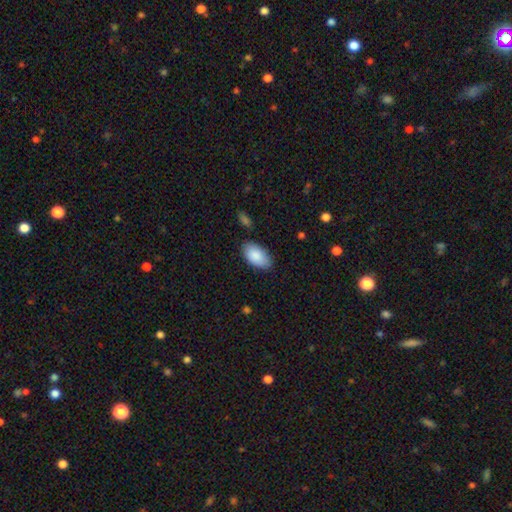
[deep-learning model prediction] A smooth galaxy with no disk features (88%) that is in between round and cigar-shaped (95%). Merging: none (82%).